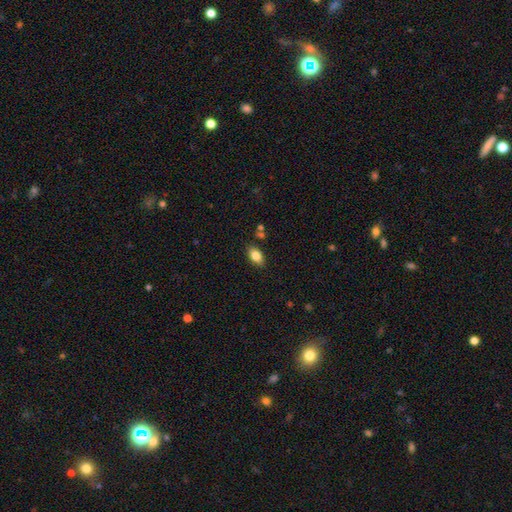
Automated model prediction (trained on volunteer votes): Smooth or featured: smooth — 83% (star or artifact — 8%)
How rounded: in between — 91% (round — 7%)
Merging: none — 84% (minor disturbance — 10%)